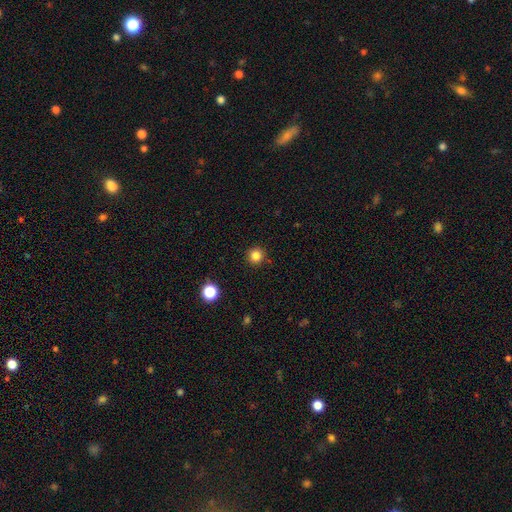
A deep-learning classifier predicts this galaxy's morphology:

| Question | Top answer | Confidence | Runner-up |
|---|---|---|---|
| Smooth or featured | smooth | 83% | star or artifact (13%) |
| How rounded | round | 95% | in between (4%) |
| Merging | none | 92% | minor disturbance (5%) |